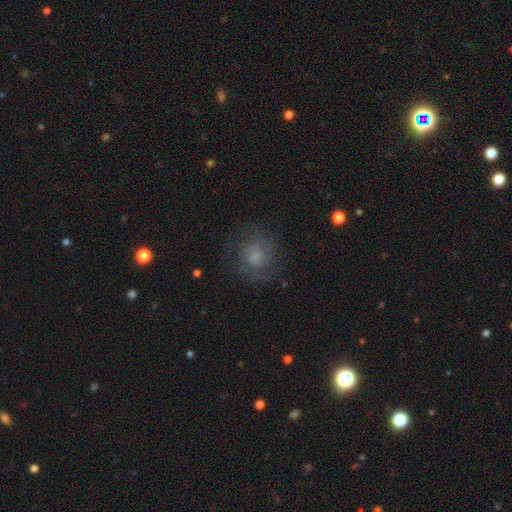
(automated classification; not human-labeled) The model was most divided on "smooth or featured": featured or disk: 46%, smooth: 41%, star or artifact: 14%. More confident: merging — none (72%).